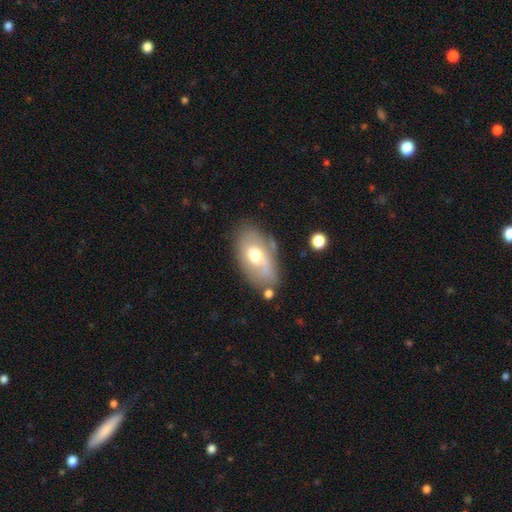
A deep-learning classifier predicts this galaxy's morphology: type=smooth (53%); roundness=in between (90%); merging=none (60%).